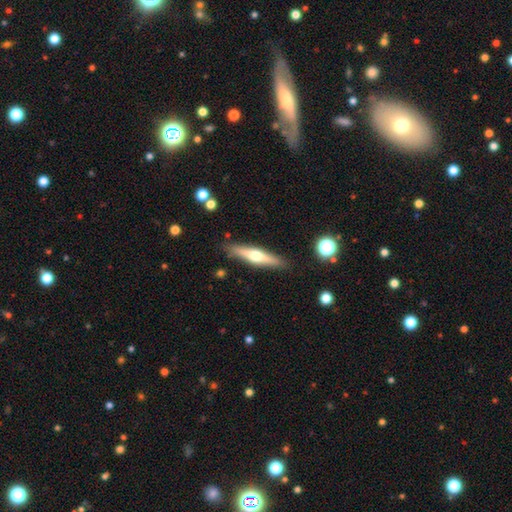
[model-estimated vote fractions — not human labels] smooth-or-featured: featured or disk: 55% | smooth: 39% | star or artifact: 6%
  disk-edge-on: yes: 94% | no: 6%
    edge-on-bulge: rounded: 91% | none: 5% | boxy: 4%
  merging: none: 87% | minor disturbance: 9% | major disturbance: 2% | merger: 2%